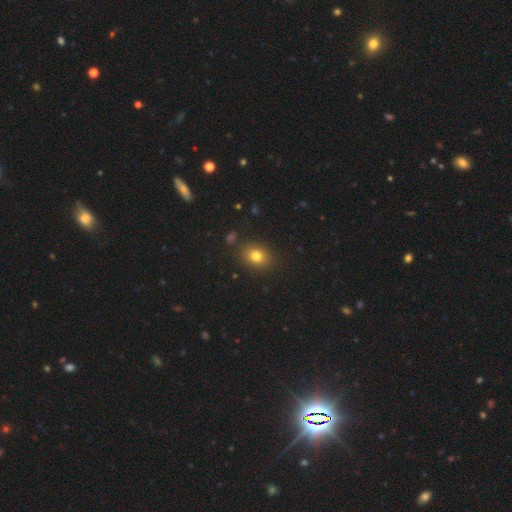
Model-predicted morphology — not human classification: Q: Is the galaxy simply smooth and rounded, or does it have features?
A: smooth — 79%.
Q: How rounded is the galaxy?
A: in between — 51%.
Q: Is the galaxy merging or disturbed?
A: none — 86%.